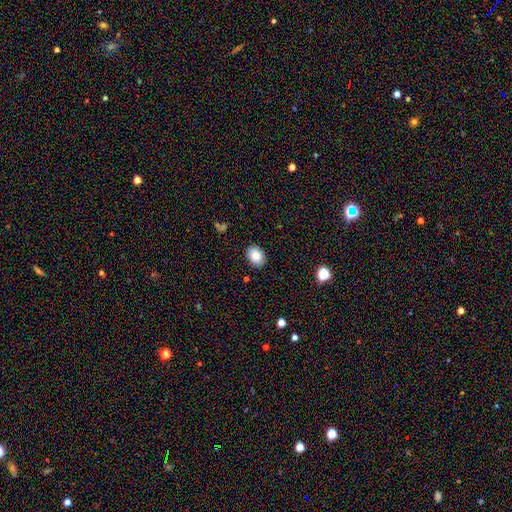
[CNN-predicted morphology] A smooth galaxy with no disk features (82%) that is in between round and cigar-shaped (68%).

Vote fractions:
- Smooth or featured? smooth: 82% / featured or disk: 9% / star or artifact: 9%
- How rounded? in between: 68% / round: 31% / cigar-shaped: 1%
- Merging? none: 87% / minor disturbance: 9% / major disturbance: 2% / merger: 1%